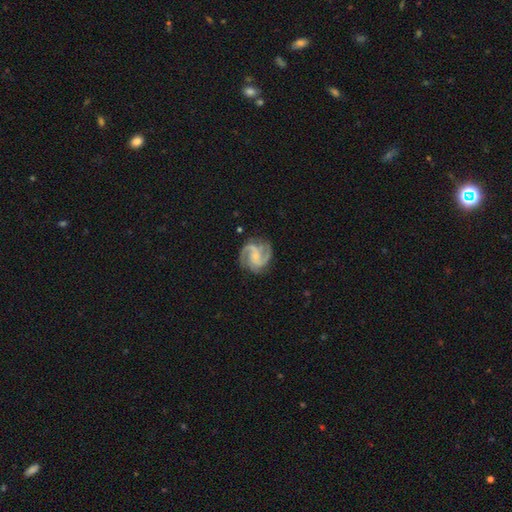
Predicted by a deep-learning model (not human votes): Overall: featured or disk (91%). Edge-on disk: no (98%). Bar: no (52%; weak 37%). Spiral arms: yes (98%). Spiral arm count: 2 (62%; 3 26%). Spiral winding: medium (59%; tight 27%). Bulge size: small (71%). Merging: none (79%).